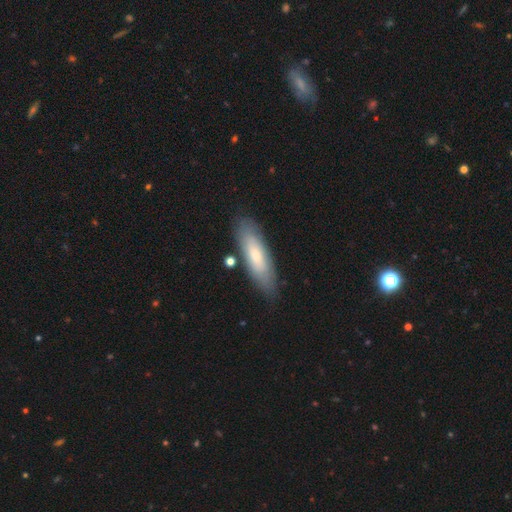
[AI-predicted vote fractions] smooth-or-featured: smooth: 63% | featured or disk: 31% | star or artifact: 6%
  how-rounded: in between: 51% | cigar-shaped: 47% | round: 2%
  merging: none: 80% | minor disturbance: 14% | major disturbance: 3% | merger: 3%